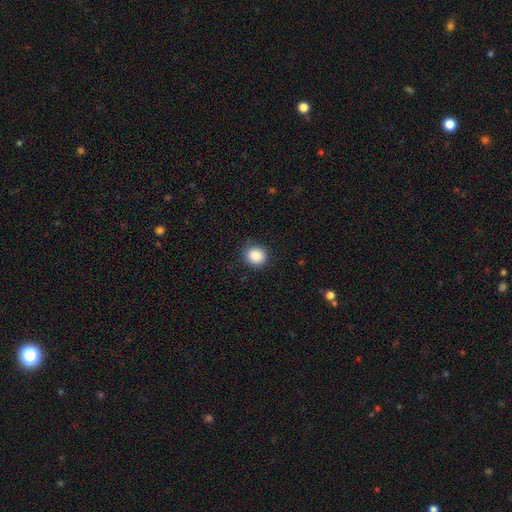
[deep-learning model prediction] Overall: smooth (88%). How rounded: round (84%). Merging: none (89%).